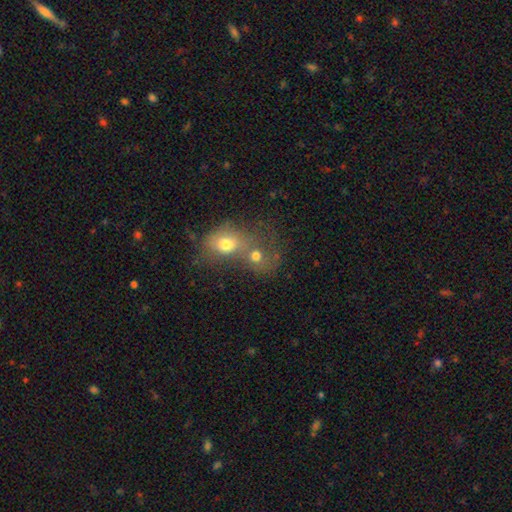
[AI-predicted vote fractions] Q: Smooth or featured?
A: smooth (65%); runner-up: featured or disk (20%)
Q: How rounded?
A: round (64%); runner-up: in between (35%)
Q: Merging?
A: merger (69%); runner-up: none (18%)